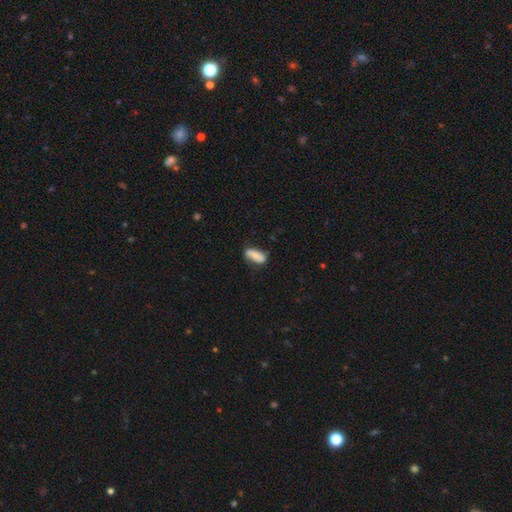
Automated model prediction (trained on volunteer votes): Smooth or featured?
  - smooth: 68% *
  - featured or disk: 24%
  - star or artifact: 8%
How rounded?
  - in between: 73% *
  - cigar-shaped: 23%
  - round: 4%
Merging?
  - none: 62% *
  - minor disturbance: 24%
  - merger: 7%
  - major disturbance: 7%